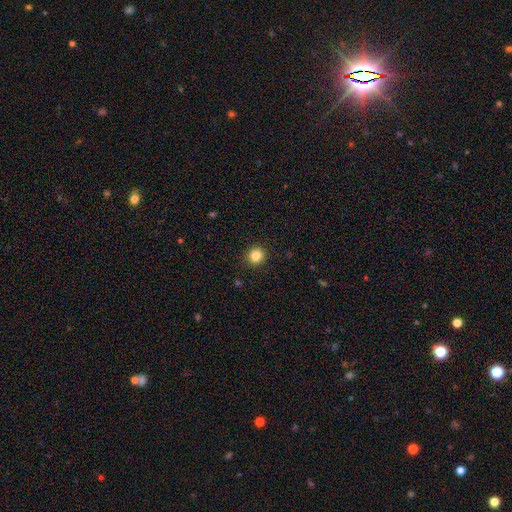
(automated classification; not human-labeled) Morphology: type=smooth (85%); roundness=round (92%); merging=none (92%).